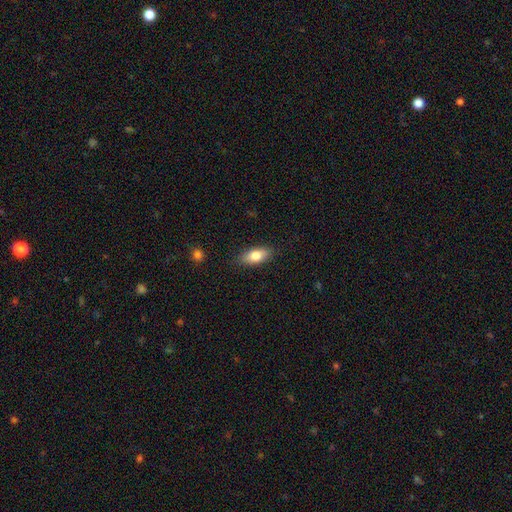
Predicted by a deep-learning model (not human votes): The model was most divided on "smooth or featured": smooth: 78%, featured or disk: 15%, star or artifact: 7%. More confident: merging — none (86%); how rounded — in between (84%).